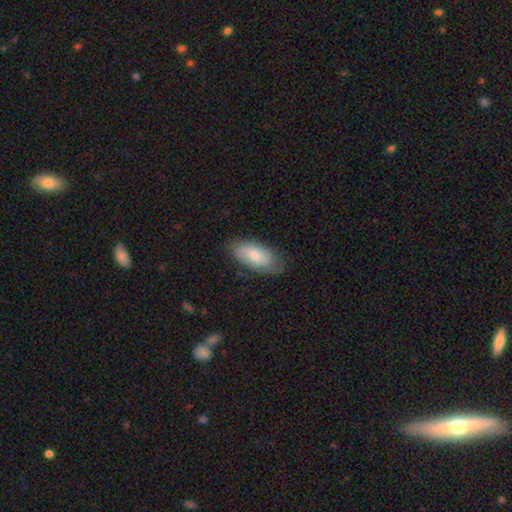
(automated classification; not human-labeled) Morphology: type=smooth (73%); roundness=in between (90%); merging=none (72%).